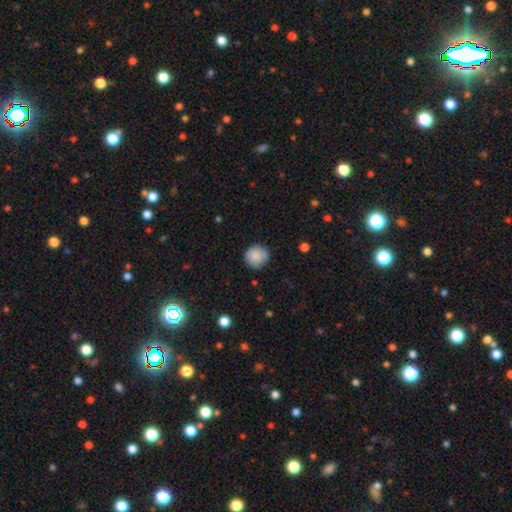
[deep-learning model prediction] A smooth galaxy with no disk features (87%) that is round (92%). Merging: none (82%).